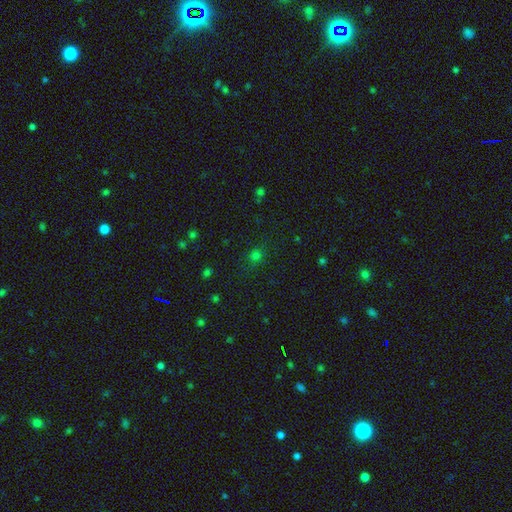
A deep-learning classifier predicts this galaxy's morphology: Q: Smooth or featured?
A: smooth (67%); runner-up: star or artifact (28%)
Q: How rounded?
A: round (84%); runner-up: in between (15%)
Q: Merging?
A: none (81%); runner-up: minor disturbance (12%)